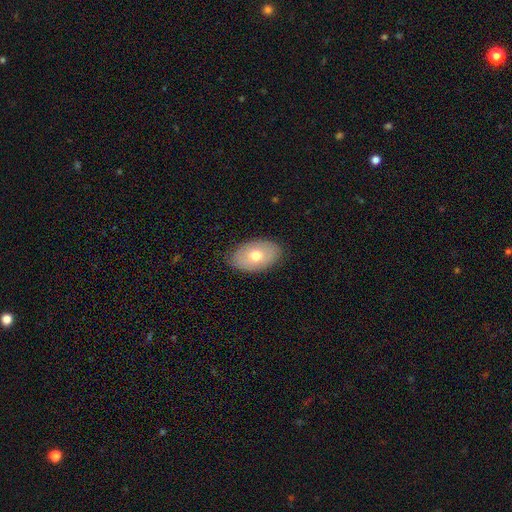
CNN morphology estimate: Smooth or featured?
  - smooth: 63% *
  - featured or disk: 30%
  - star or artifact: 7%
How rounded?
  - in between: 90% *
  - round: 9%
  - cigar-shaped: 1%
Merging?
  - none: 83% *
  - minor disturbance: 13%
  - major disturbance: 3%
  - merger: 1%